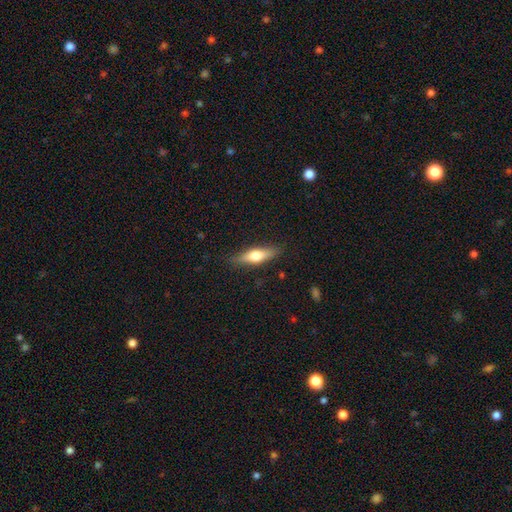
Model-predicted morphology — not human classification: A smooth galaxy with no disk features (51%) that is cigar-shaped (60%). Merging: none (85%).